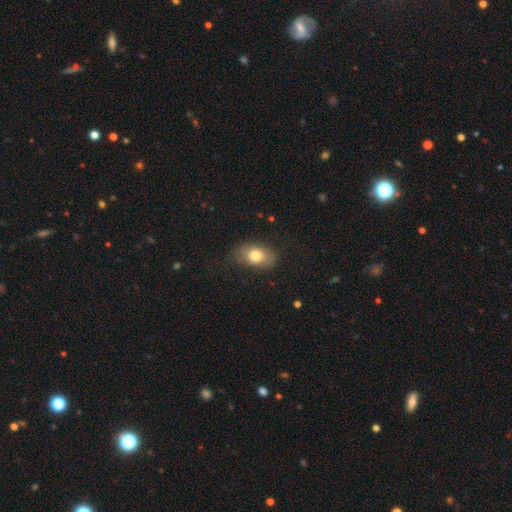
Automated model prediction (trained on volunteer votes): A smooth galaxy with no disk features (77%) that is in between round and cigar-shaped (85%).

Vote fractions:
- Smooth or featured? smooth: 77% / featured or disk: 15% / star or artifact: 8%
- How rounded? in between: 85% / round: 13% / cigar-shaped: 2%
- Merging? none: 77% / minor disturbance: 16% / major disturbance: 5% / merger: 1%